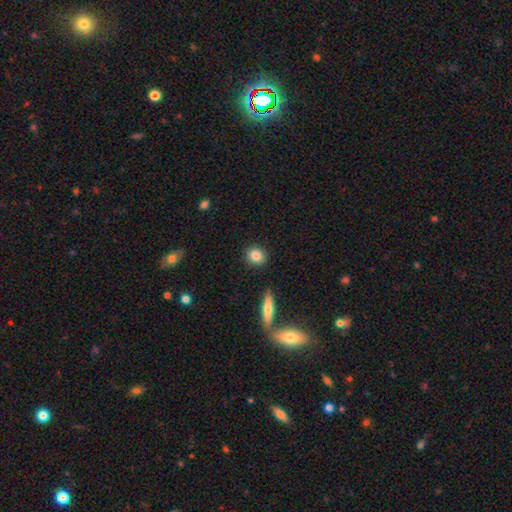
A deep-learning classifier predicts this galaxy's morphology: A smooth galaxy with no disk features (85%) that is round (76%). Merging: none (89%).